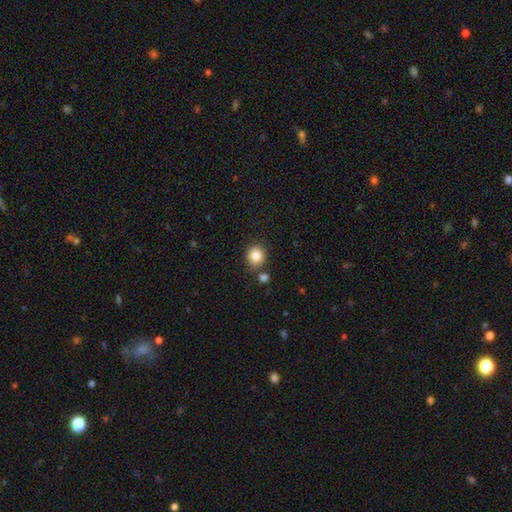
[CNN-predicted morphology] Overall: smooth (85%). How rounded: round (84%). Merging: none (80%).